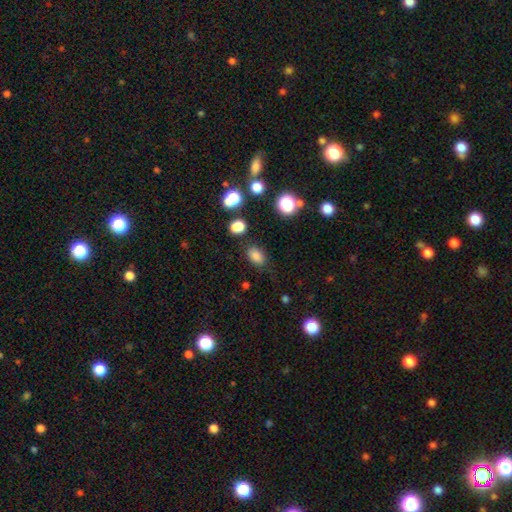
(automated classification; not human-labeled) Smooth or featured?
  - smooth: 81% *
  - star or artifact: 14%
  - featured or disk: 5%
How rounded?
  - in between: 79% *
  - round: 20%
  - cigar-shaped: 1%
Merging?
  - none: 80% *
  - minor disturbance: 13%
  - major disturbance: 4%
  - merger: 3%